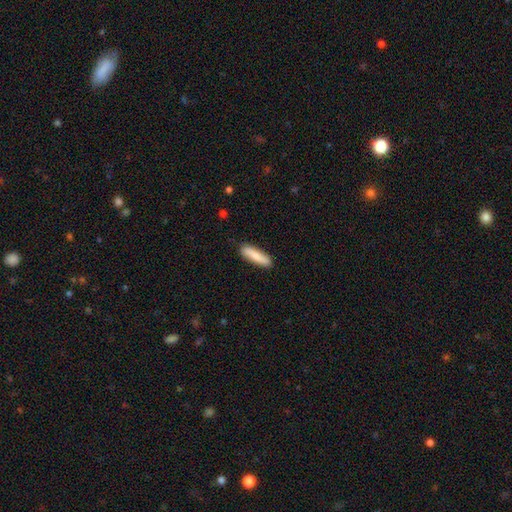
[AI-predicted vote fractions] Smooth or featured: smooth — 82% (featured or disk — 13%)
How rounded: cigar-shaped — 75% (in between — 24%)
Merging: none — 88% (minor disturbance — 10%)